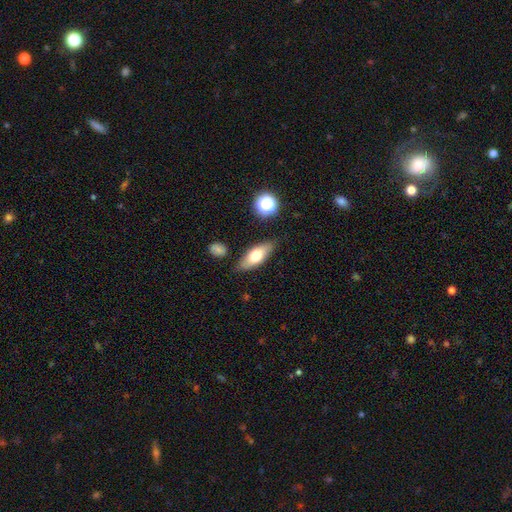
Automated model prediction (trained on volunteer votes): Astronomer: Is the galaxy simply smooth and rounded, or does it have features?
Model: smooth — 62%.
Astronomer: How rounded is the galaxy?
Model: in between — 69%.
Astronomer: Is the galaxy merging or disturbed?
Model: none — 82%.